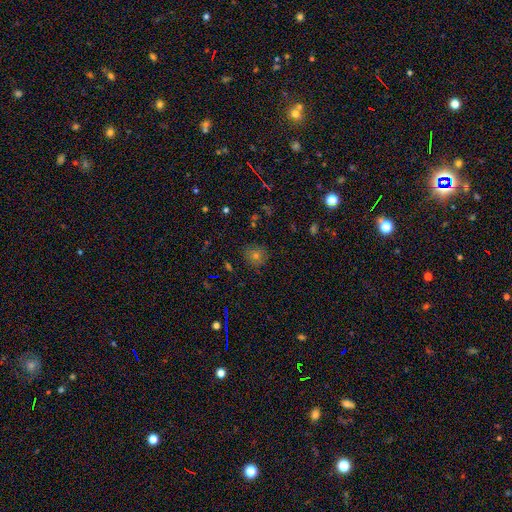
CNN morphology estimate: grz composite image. It shows a smooth galaxy with no disk features (60%) that is round (90%). Merging: none (85%).